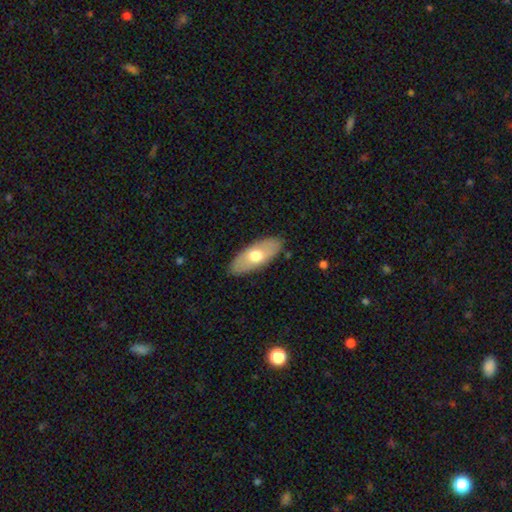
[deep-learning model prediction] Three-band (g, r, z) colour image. It shows a smooth galaxy with no disk features (61%) that is in between round and cigar-shaped (83%). Merging: none (86%).